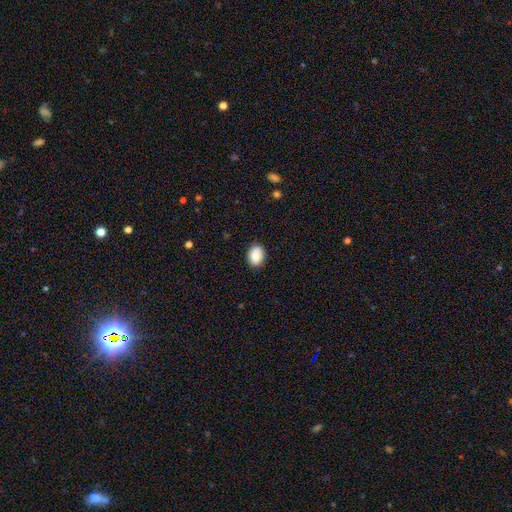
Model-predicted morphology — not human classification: Overall: smooth (84%). How rounded: in between (67%; round 32%). Merging: none (87%).